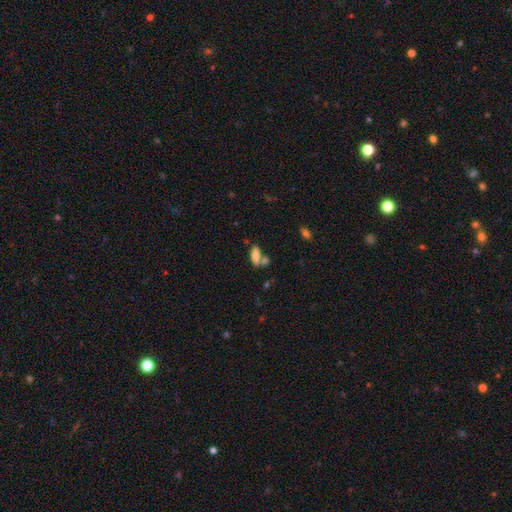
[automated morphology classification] A smooth galaxy with no disk features (76%) that is in between round and cigar-shaped (72%).

Vote fractions:
- Smooth or featured? smooth: 76% / featured or disk: 15% / star or artifact: 9%
- How rounded? in between: 72% / cigar-shaped: 25% / round: 3%
- Merging? none: 54% / merger: 28% / minor disturbance: 13% / major disturbance: 5%